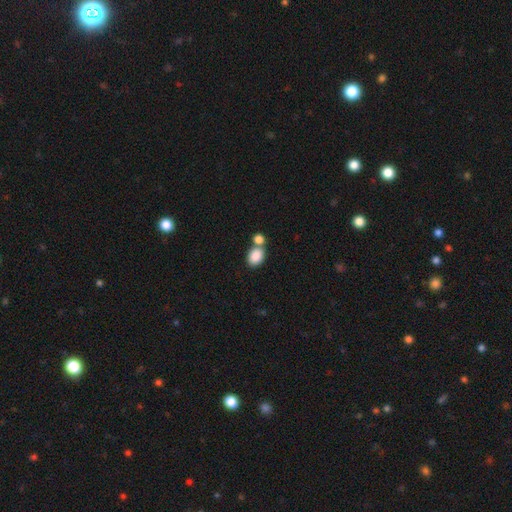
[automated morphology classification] The model was most divided on "merging": none: 49%, merger: 39%, minor disturbance: 9%, major disturbance: 3%. More confident: smooth or featured — smooth (87%); how rounded — in between (74%).